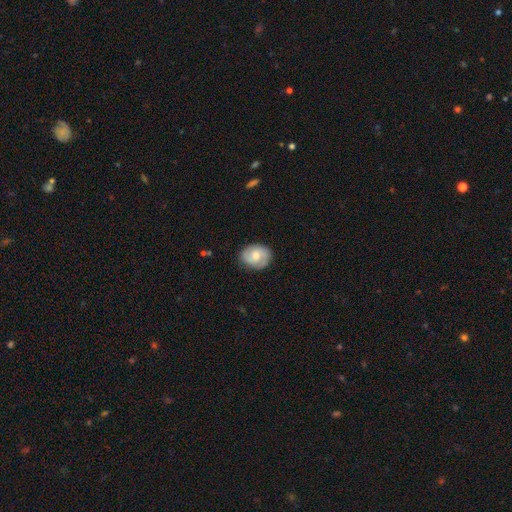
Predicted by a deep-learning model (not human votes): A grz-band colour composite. It shows a featured or disk galaxy (58%) with no bar (64%), spiral arms (86%) and a moderate central bulge (62%). Merging: none (81%).